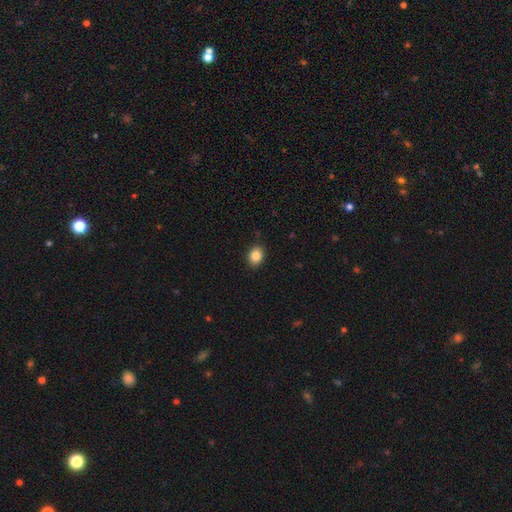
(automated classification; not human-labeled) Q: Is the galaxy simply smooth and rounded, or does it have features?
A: smooth — 86%.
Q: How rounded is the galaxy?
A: in between — 61%.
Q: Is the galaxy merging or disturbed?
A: none — 89%.